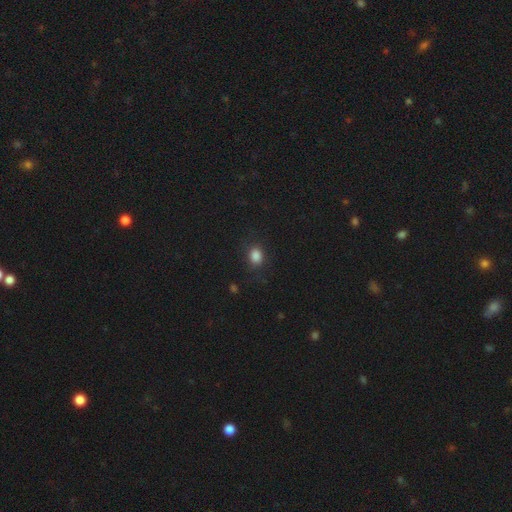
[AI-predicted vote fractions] This is clearly a smooth galaxy (85%). How rounded: possibly in between (55%). Merging: clearly none (81%).